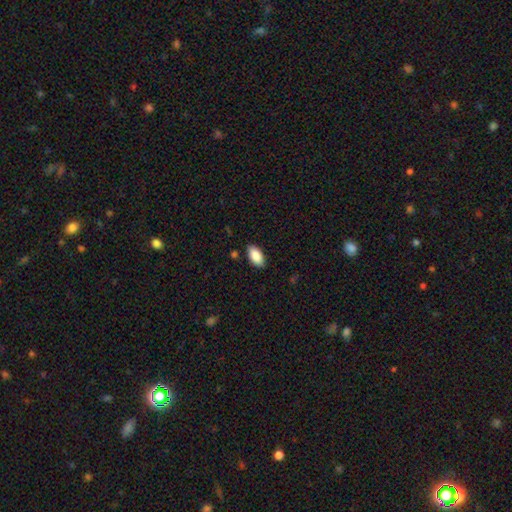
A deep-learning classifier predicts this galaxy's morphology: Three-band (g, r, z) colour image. It shows a smooth galaxy with no disk features (87%) that is in between round and cigar-shaped (93%). Merging: none (87%).